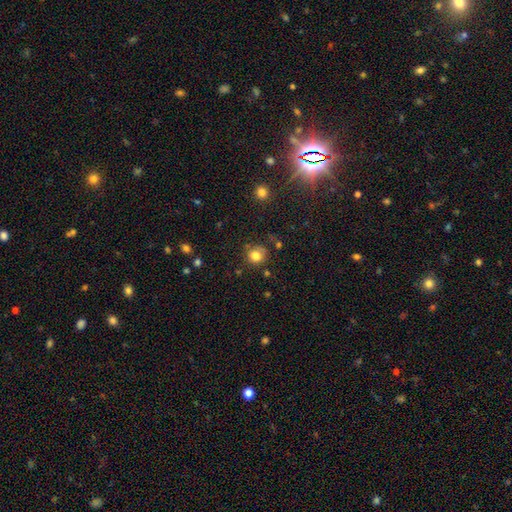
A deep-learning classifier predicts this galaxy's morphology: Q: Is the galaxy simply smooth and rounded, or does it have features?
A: smooth — 82%.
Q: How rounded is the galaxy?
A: round — 87%.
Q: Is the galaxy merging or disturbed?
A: none — 77%.